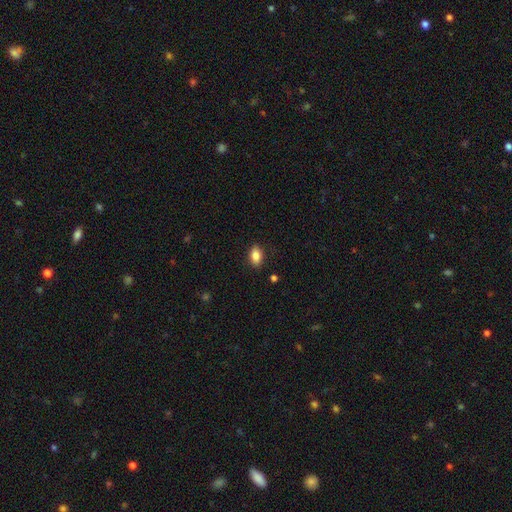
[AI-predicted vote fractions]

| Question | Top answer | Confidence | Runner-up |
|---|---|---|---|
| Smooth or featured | smooth | 85% | star or artifact (8%) |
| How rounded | in between | 88% | round (9%) |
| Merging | none | 87% | minor disturbance (10%) |